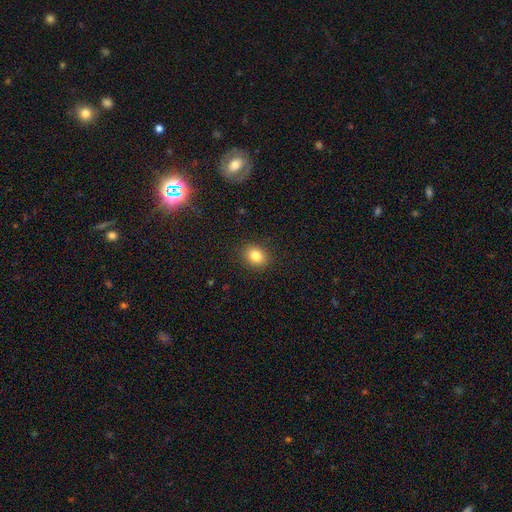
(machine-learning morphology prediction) Smooth or featured?
  - smooth: 83% *
  - star or artifact: 10%
  - featured or disk: 7%
How rounded?
  - round: 54% *
  - in between: 45%
  - cigar-shaped: 1%
Merging?
  - none: 89% *
  - minor disturbance: 8%
  - major disturbance: 2%
  - merger: 1%